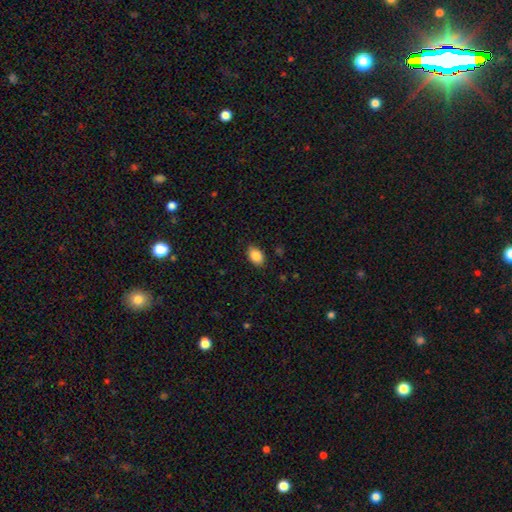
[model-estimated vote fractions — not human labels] smooth_or_featured: smooth (p=0.87) [alt: star or artifact p=0.08]
how_rounded: in between (p=0.84) [alt: round p=0.15]
merging: none (p=0.86) [alt: minor disturbance p=0.11]